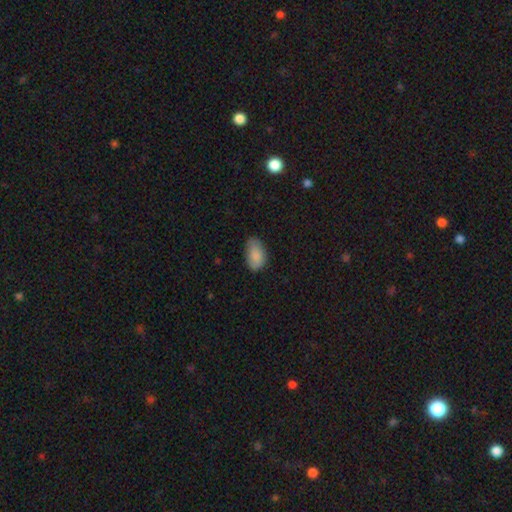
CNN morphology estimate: The model was most divided on "merging": none: 69%, minor disturbance: 26%, major disturbance: 4%, merger: 1%. More confident: how rounded — in between (92%); smooth or featured — smooth (87%).